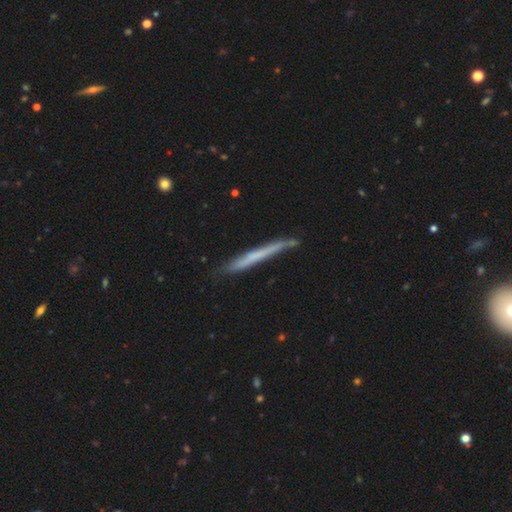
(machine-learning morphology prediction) smooth_or_featured: smooth (p=0.51) [alt: featured or disk p=0.43]
how_rounded: cigar-shaped (p=0.97) [alt: in between p=0.02]
merging: none (p=0.78) [alt: minor disturbance p=0.16]